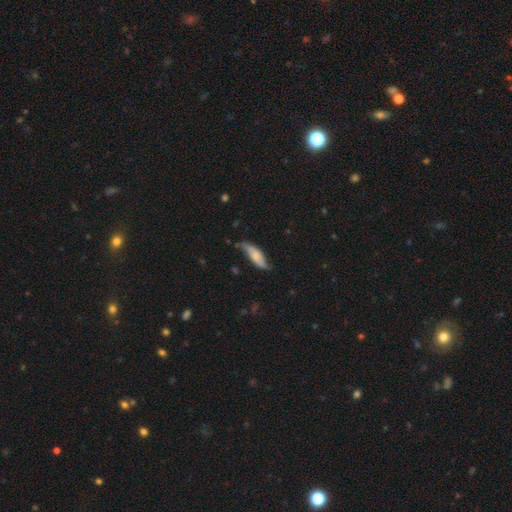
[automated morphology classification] A smooth galaxy with no disk features (49%). Merging: none (54%).